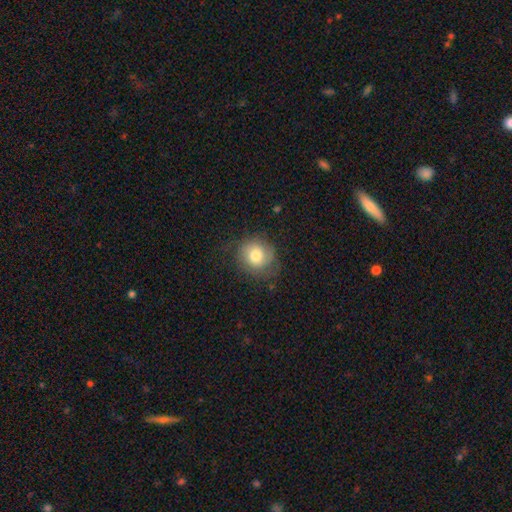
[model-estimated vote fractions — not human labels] smooth-or-featured: smooth: 73% | featured or disk: 18% | star or artifact: 8%
  how-rounded: round: 84% | in between: 15% | cigar-shaped: 1%
  merging: none: 66% | minor disturbance: 22% | major disturbance: 10% | merger: 1%